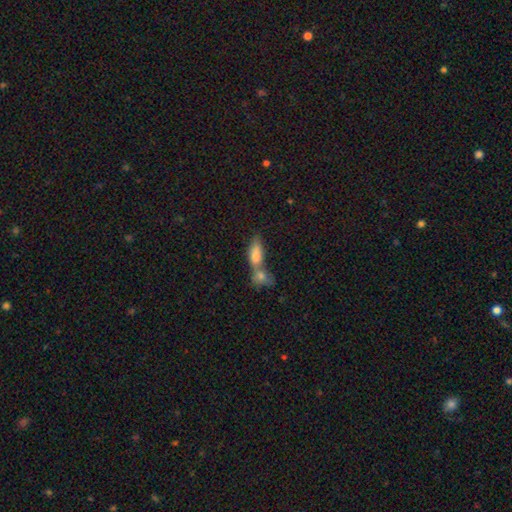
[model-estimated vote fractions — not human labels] A smooth galaxy with no disk features (77%) that is in between round and cigar-shaped (71%).

Vote fractions:
- Smooth or featured? smooth: 77% / featured or disk: 15% / star or artifact: 8%
- How rounded? in between: 71% / cigar-shaped: 24% / round: 5%
- Merging? merger: 60% / none: 27% / minor disturbance: 9% / major disturbance: 4%